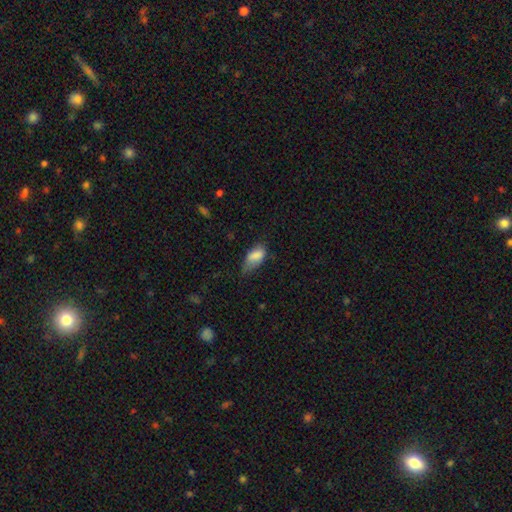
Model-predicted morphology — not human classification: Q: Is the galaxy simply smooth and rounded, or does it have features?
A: smooth — 81%.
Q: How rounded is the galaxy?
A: in between — 90%.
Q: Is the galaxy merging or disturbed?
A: minor disturbance — 42%.